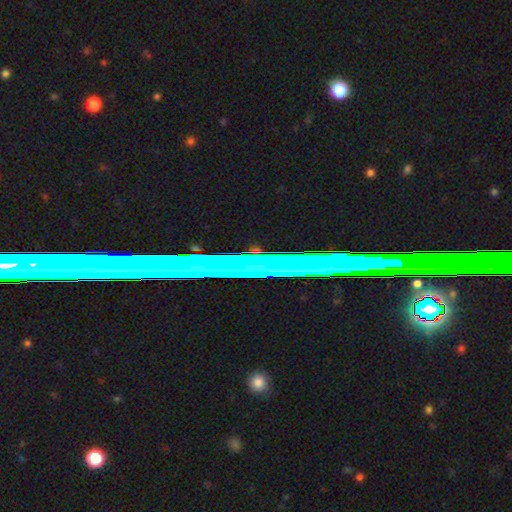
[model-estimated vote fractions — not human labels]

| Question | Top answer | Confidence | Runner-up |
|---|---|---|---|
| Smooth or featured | featured or disk | 43% | star or artifact (41%) |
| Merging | none | 83% | minor disturbance (10%) |